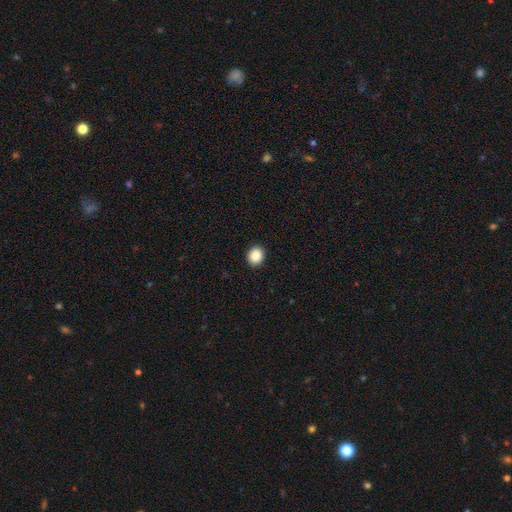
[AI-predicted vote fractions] This is clearly a smooth galaxy (88%). How rounded: likely round (77%). Merging: clearly none (92%).